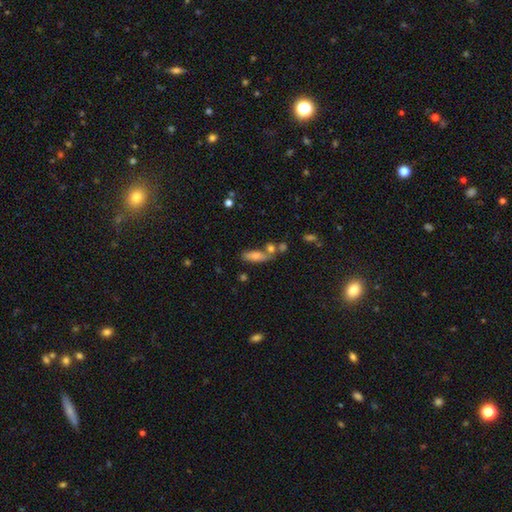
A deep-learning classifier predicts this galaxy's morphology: smooth-or-featured: smooth: 67% | featured or disk: 22% | star or artifact: 11%
  how-rounded: in between: 62% | cigar-shaped: 35% | round: 4%
  merging: none: 57% | merger: 22% | minor disturbance: 15% | major disturbance: 5%